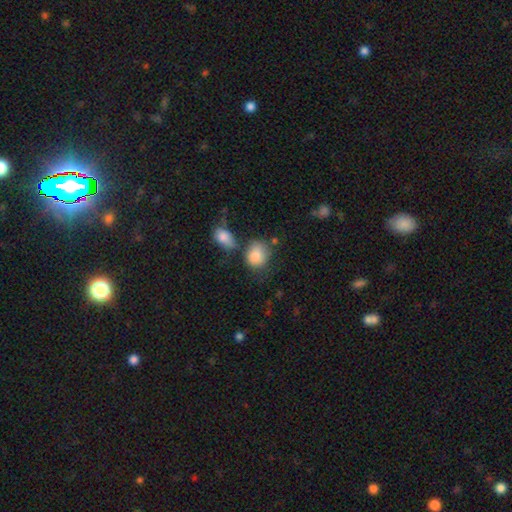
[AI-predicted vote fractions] This appears to be a smooth galaxy with no disk features (84%) that is round (55%). Merging: none (47%).